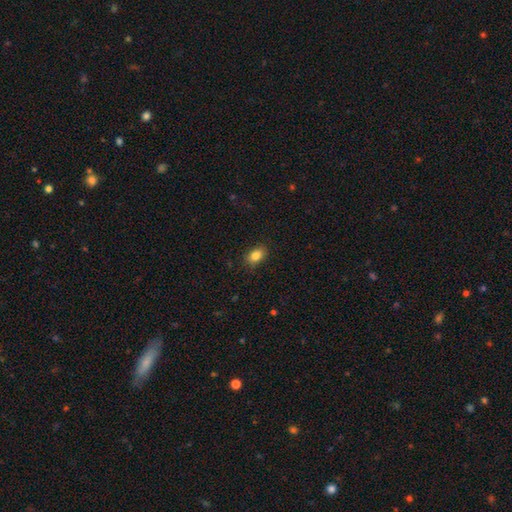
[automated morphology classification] Smooth or featured? Predicted: smooth (p=0.85). How rounded? Predicted: in between (p=0.82). Merging? Predicted: none (p=0.87).